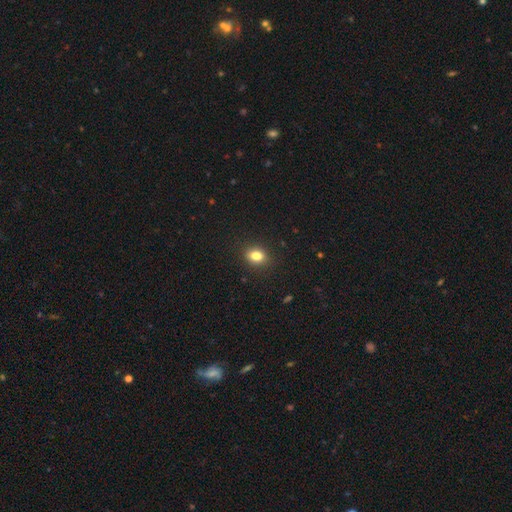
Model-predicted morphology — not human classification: Smooth or featured? smooth (82%)
How rounded? in between (63%)
Merging? none (88%)